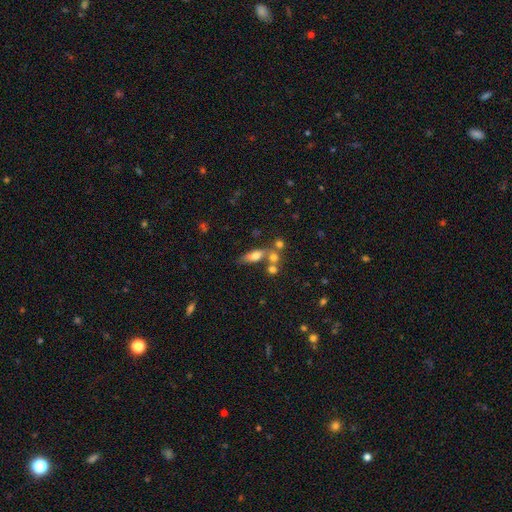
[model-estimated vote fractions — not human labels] Overall: smooth (64%; featured or disk 25%). How rounded: in between (65%; cigar-shaped 26%). Merging: none (47%; merger 33%).